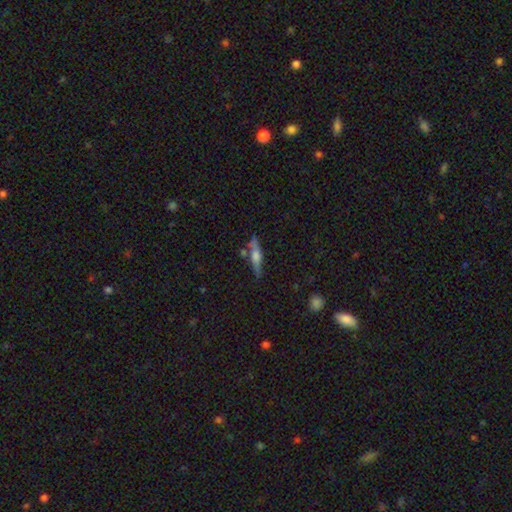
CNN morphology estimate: Overall: featured or disk (56%; smooth 37%). Edge-on disk: yes (93%). Edge-on bulge: rounded (81%). Merging: none (71%).